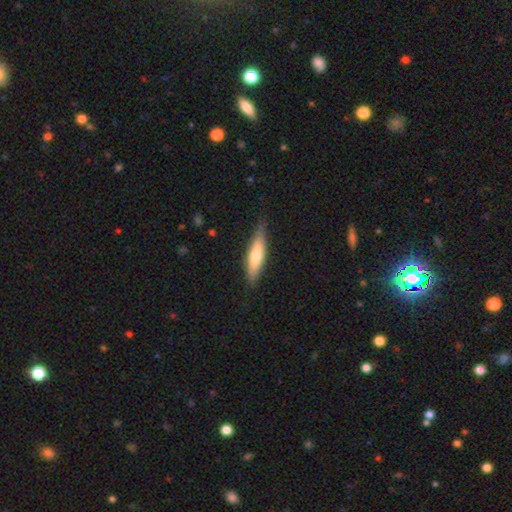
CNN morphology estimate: A smooth galaxy with no disk features (62%) that is cigar-shaped (70%).

Vote fractions:
- Smooth or featured? smooth: 62% / featured or disk: 33% / star or artifact: 6%
- How rounded? cigar-shaped: 70% / in between: 28% / round: 2%
- Merging? none: 80% / minor disturbance: 16% / major disturbance: 3% / merger: 1%